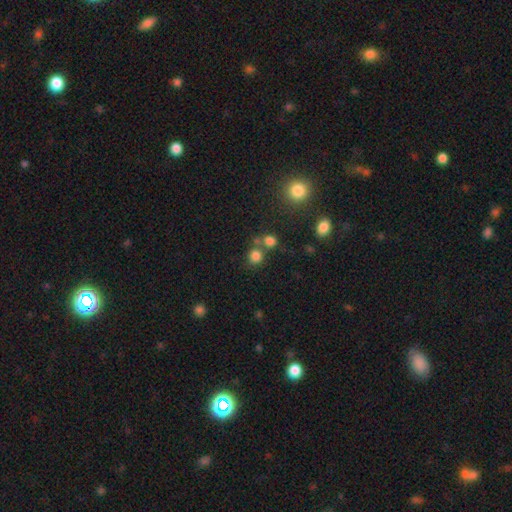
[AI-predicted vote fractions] smooth-or-featured: smooth: 78% | star or artifact: 16% | featured or disk: 6%
  how-rounded: round: 86% | in between: 13% | cigar-shaped: 1%
  merging: none: 61% | merger: 27% | minor disturbance: 8% | major disturbance: 4%